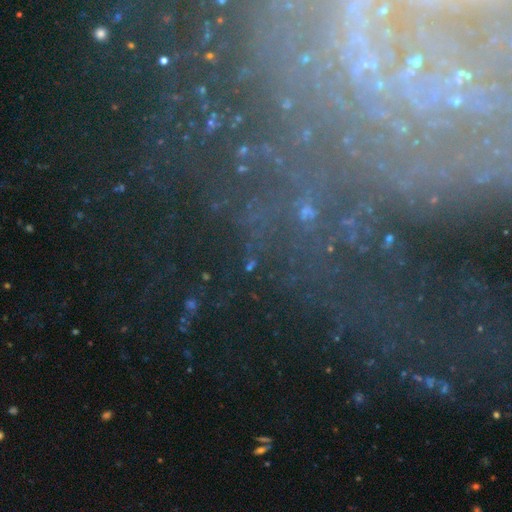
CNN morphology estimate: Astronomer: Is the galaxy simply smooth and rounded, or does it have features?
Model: featured or disk — 57%.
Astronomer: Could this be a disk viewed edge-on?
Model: no — 89%.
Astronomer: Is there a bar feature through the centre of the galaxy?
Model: no — 56%.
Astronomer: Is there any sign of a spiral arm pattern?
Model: yes — 81%.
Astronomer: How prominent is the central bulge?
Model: small — 61%.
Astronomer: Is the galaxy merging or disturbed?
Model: none — 68%.